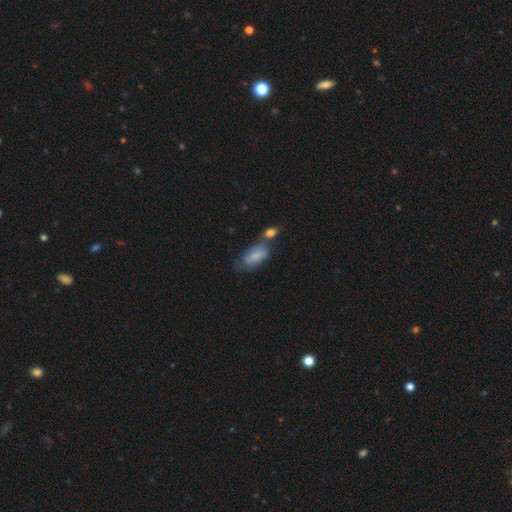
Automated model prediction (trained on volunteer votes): smooth-or-featured: smooth: 76% | featured or disk: 17% | star or artifact: 7%
  how-rounded: in between: 86% | cigar-shaped: 11% | round: 3%
  merging: none: 41% | merger: 27% | minor disturbance: 22% | major disturbance: 9%